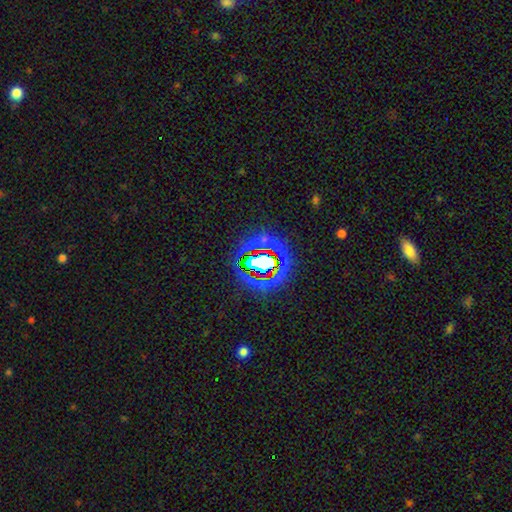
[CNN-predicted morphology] A star or artifact, not a galaxy (77%).

Vote fractions:
- Smooth or featured? star or artifact: 77% / smooth: 13% / featured or disk: 10%